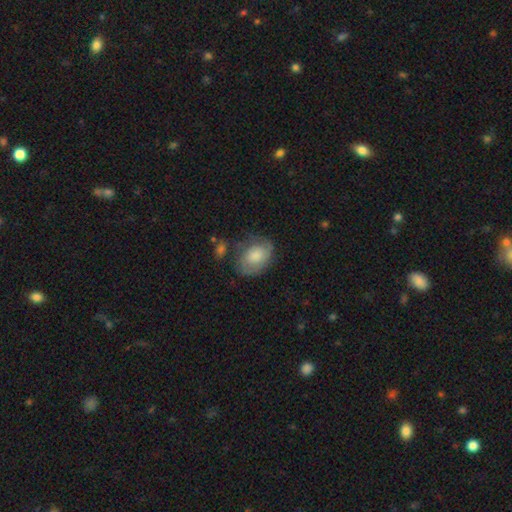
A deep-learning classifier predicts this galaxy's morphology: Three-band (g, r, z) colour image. It shows a smooth galaxy with no disk features (51%) that is in between round and cigar-shaped (75%). Merging: none (54%).